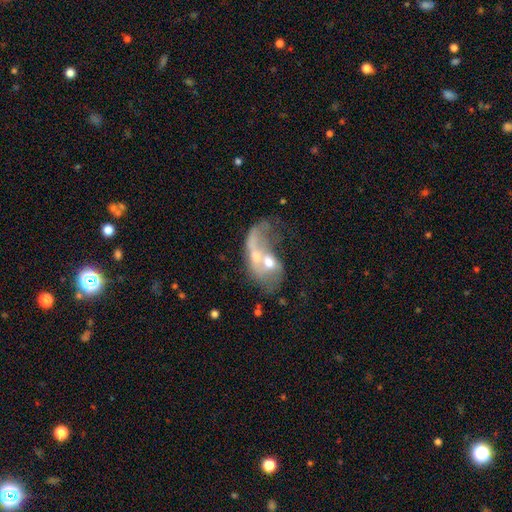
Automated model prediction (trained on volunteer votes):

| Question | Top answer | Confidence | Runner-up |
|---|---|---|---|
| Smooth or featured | featured or disk | 61% | smooth (30%) |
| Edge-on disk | no | 95% | yes (5%) |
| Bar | no | 77% | weak (18%) |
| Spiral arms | no | 63% | yes (37%) |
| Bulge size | moderate | 58% | small (23%) |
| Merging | merger | 57% | major disturbance (25%) |